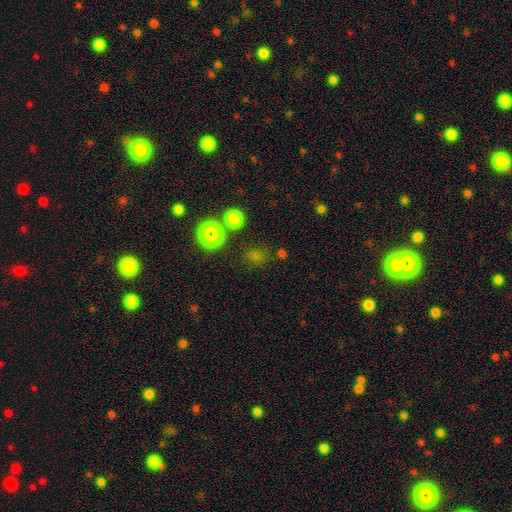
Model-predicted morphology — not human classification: smooth_or_featured: smooth (p=0.54) [alt: star or artifact p=0.39]
how_rounded: round (p=0.71) [alt: in between p=0.28]
merging: none (p=0.77) [alt: minor disturbance p=0.12]